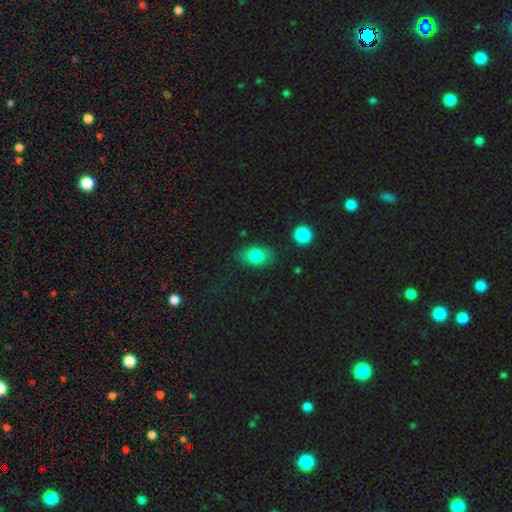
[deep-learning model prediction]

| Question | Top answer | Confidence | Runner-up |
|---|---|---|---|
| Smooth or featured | smooth | 80% | featured or disk (11%) |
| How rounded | in between | 78% | round (21%) |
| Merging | none | 76% | minor disturbance (16%) |